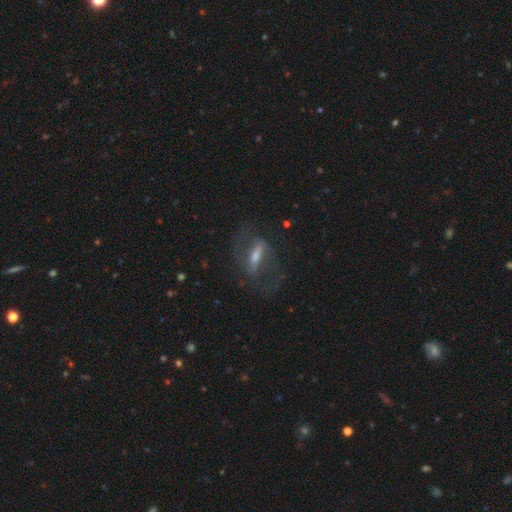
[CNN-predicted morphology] Smooth or featured? featured or disk (68%)
Edge-on disk? no (77%)
Bar? strong (62%)
Spiral arms? yes (64%)
Bulge size? moderate (43%)
Merging? none (62%)